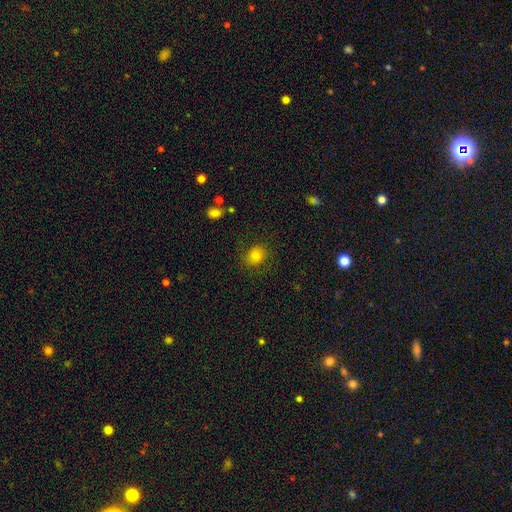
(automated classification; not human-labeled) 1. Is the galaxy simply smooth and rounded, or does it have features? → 80% smooth, 11% star or artifact, 8% featured or disk.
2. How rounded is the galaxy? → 66% round, 33% in between, 1% cigar-shaped.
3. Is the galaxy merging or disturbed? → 81% none, 13% minor disturbance, 5% major disturbance, 1% merger.